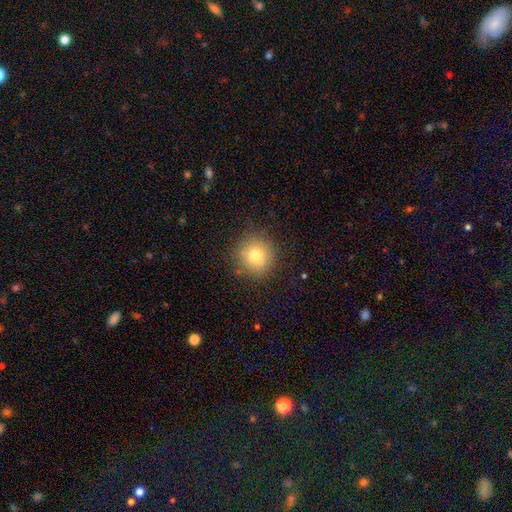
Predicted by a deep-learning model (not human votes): Smooth or featured? Predicted: smooth (p=0.74). How rounded? Predicted: round (p=0.93). Merging? Predicted: none (p=0.81).